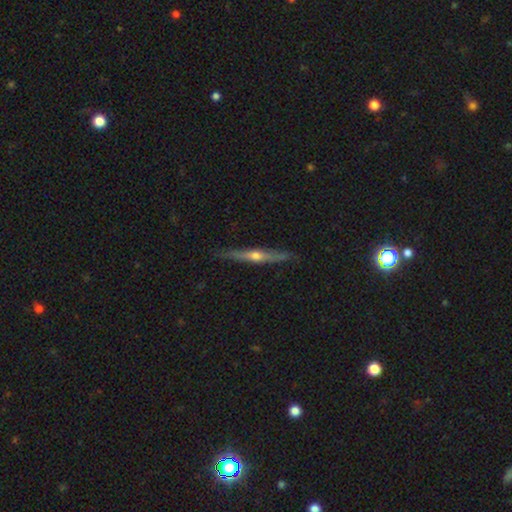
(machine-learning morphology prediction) Q: Smooth or featured?
A: featured or disk (70%); runner-up: smooth (24%)
Q: Edge-on disk?
A: yes (97%); runner-up: no (3%)
Q: Edge-on bulge?
A: rounded (89%); runner-up: none (8%)
Q: Merging?
A: none (87%); runner-up: minor disturbance (10%)